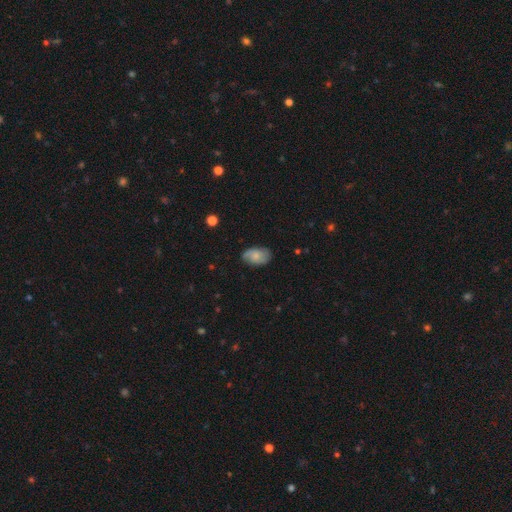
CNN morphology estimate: Q: Smooth or featured?
A: smooth (61%); runner-up: featured or disk (31%)
Q: How rounded?
A: in between (90%); runner-up: round (9%)
Q: Merging?
A: none (76%); runner-up: minor disturbance (19%)